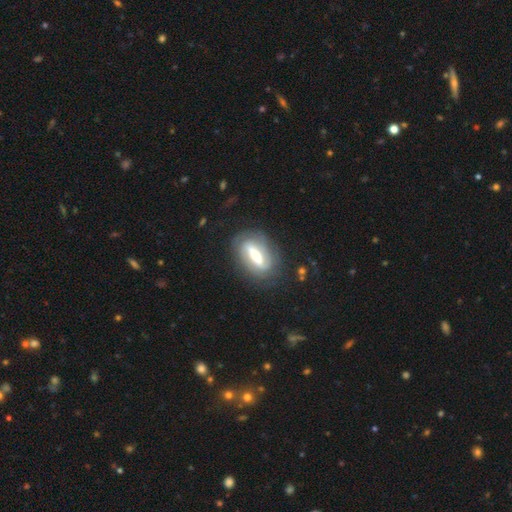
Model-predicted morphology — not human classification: Smooth or featured?
  - featured or disk: 71% *
  - smooth: 23%
  - star or artifact: 6%
Edge-on disk?
  - no: 84% *
  - yes: 16%
Bar?
  - strong: 71% *
  - weak: 20%
  - no: 10%
Spiral arms?
  - yes: 71% *
  - no: 29%
Bulge size?
  - moderate: 53% *
  - small: 23%
  - large: 19%
  - dominant: 3%
  - none: 2%
Merging?
  - none: 76% *
  - minor disturbance: 15%
  - major disturbance: 8%
  - merger: 2%